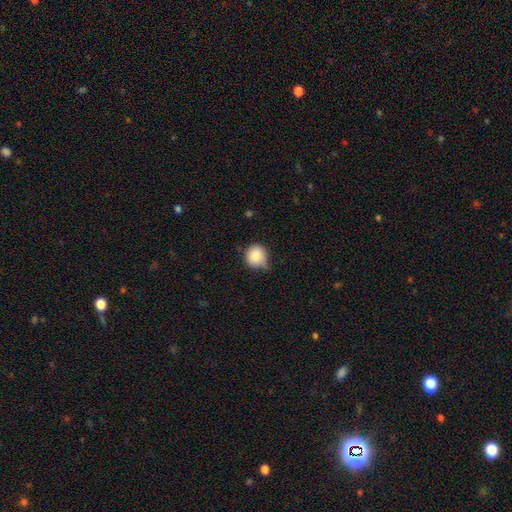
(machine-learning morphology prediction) A smooth galaxy with no disk features (85%) that is round (89%). Merging: none (55%).